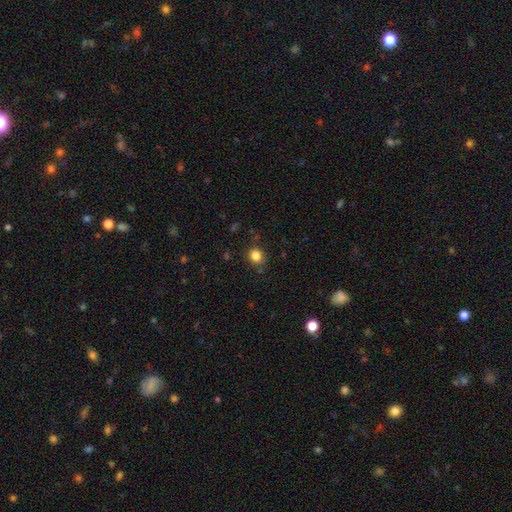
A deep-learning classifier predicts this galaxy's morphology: smooth-or-featured: smooth: 84% | star or artifact: 12% | featured or disk: 5%
  how-rounded: round: 75% | in between: 25% | cigar-shaped: 1%
  merging: none: 81% | minor disturbance: 13% | major disturbance: 4% | merger: 2%